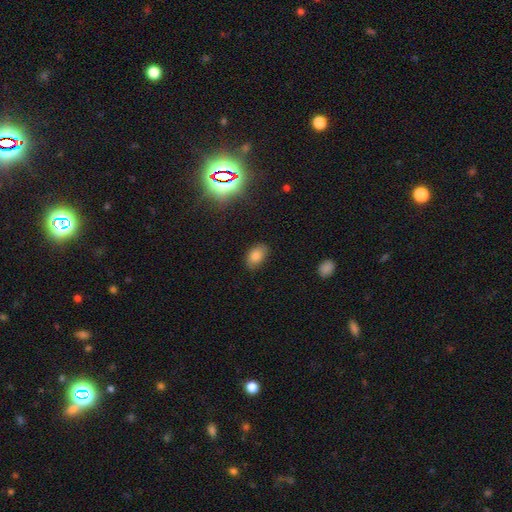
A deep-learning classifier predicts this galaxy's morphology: Smooth or featured?
  - smooth: 80% *
  - star or artifact: 12%
  - featured or disk: 7%
How rounded?
  - in between: 90% *
  - round: 9%
  - cigar-shaped: 1%
Merging?
  - none: 81% *
  - minor disturbance: 15%
  - major disturbance: 3%
  - merger: 1%